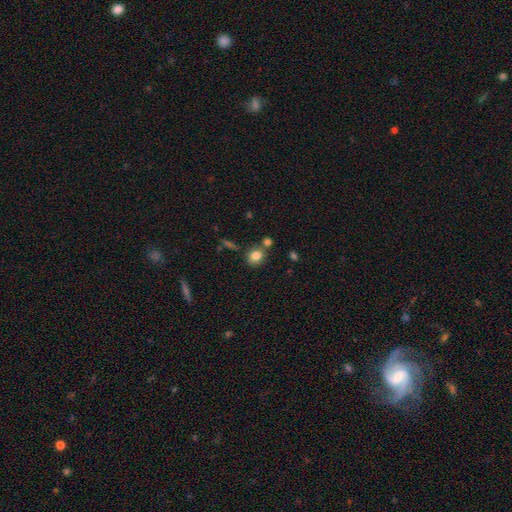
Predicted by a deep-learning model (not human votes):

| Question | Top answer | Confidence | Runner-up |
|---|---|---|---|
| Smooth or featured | smooth | 82% | star or artifact (10%) |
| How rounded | round | 71% | in between (28%) |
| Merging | none | 68% | merger (15%) |